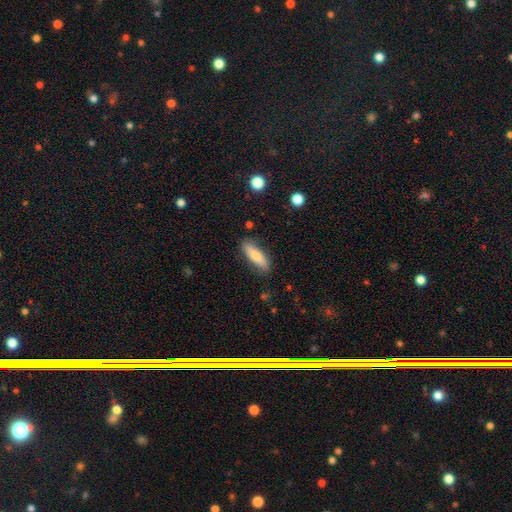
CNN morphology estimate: Smooth or featured: smooth — 76% (featured or disk — 18%)
How rounded: cigar-shaped — 51% (in between — 47%)
Merging: none — 82% (minor disturbance — 13%)